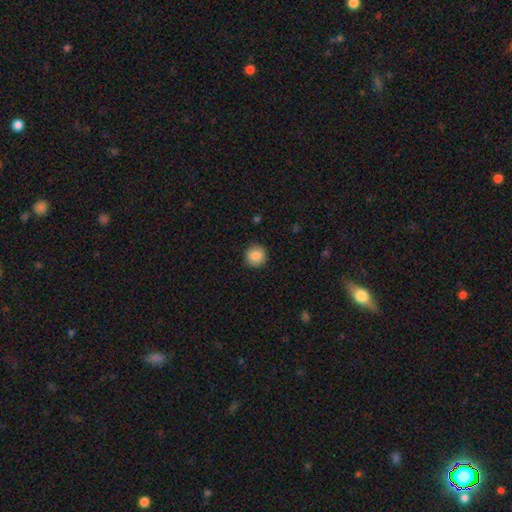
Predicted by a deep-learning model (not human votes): Smooth or featured? Predicted: smooth (p=0.88). How rounded? Predicted: round (p=0.92). Merging? Predicted: none (p=0.90).